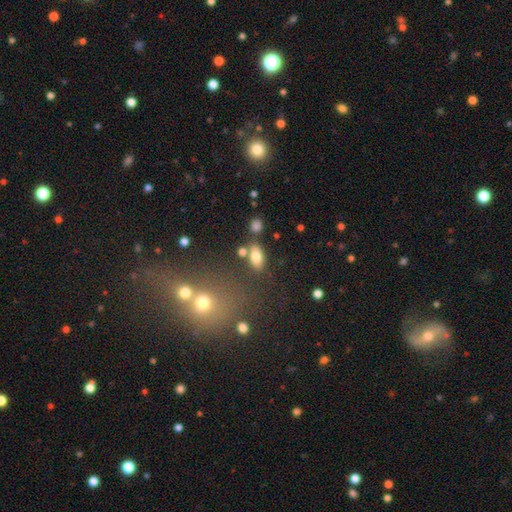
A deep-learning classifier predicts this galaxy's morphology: A smooth galaxy with no disk features (77%) that is in between round and cigar-shaped (88%). Merging: none (71%).